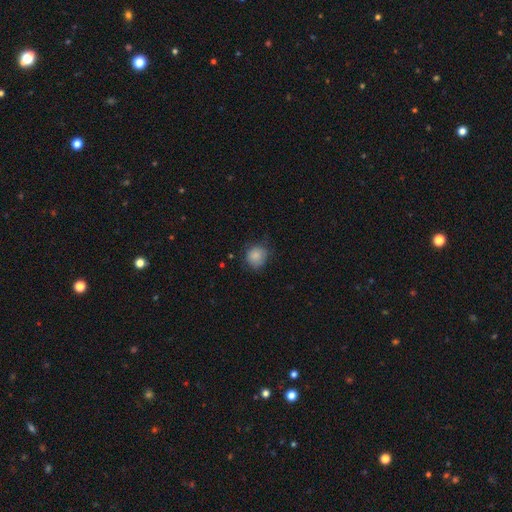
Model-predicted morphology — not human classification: This is clearly a smooth galaxy (85%). How rounded: clearly round (85%). Merging: likely none (70%).